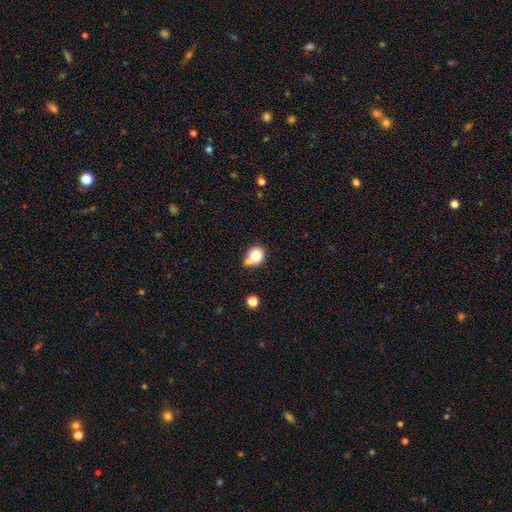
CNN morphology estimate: A smooth galaxy with no disk features (78%) that is round (69%). Merging: none (44%).